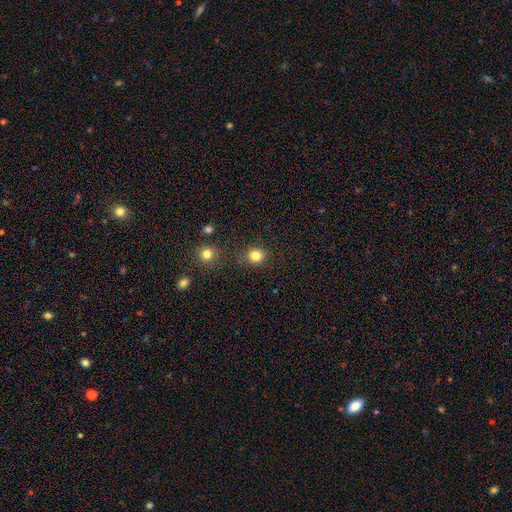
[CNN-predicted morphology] Smooth or featured?
  - smooth: 82% *
  - star or artifact: 13%
  - featured or disk: 5%
How rounded?
  - round: 81% *
  - in between: 18%
  - cigar-shaped: 1%
Merging?
  - none: 84% *
  - minor disturbance: 9%
  - merger: 4%
  - major disturbance: 3%